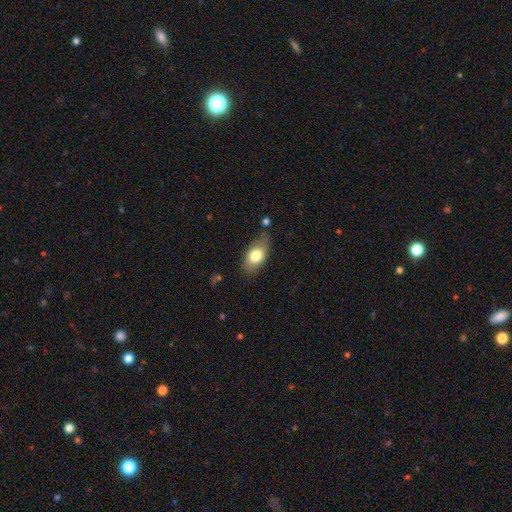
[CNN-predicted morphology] Smooth or featured? Predicted: smooth (p=0.74). How rounded? Predicted: in between (p=0.90). Merging? Predicted: none (p=0.73).